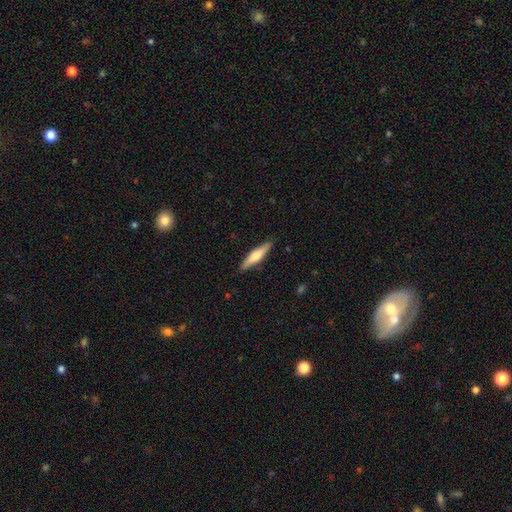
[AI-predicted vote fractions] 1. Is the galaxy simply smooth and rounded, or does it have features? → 53% smooth, 42% featured or disk, 5% star or artifact.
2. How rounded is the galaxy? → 82% cigar-shaped, 17% in between, 2% round.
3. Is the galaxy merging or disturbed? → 89% none, 9% minor disturbance, 2% major disturbance, 1% merger.